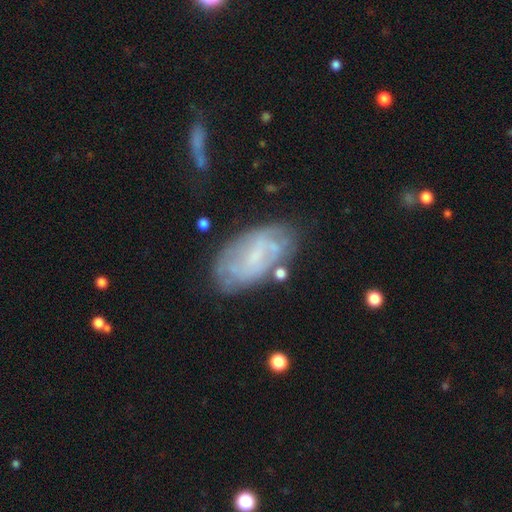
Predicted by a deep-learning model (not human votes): A featured or disk galaxy (60%) with a weak bar (44%), spiral arms (63%) and a small central bulge (48%).

Vote fractions:
- Smooth or featured? featured or disk: 60% / smooth: 32% / star or artifact: 8%
- Edge-on disk? no: 94% / yes: 6%
- Bar? weak: 44% / no: 43% / strong: 14%
- Spiral arms? yes: 63% / no: 37%
- Bulge size? small: 48% / none: 34% / moderate: 15% / large: 2% / dominant: 1%
- Merging? none: 63% / minor disturbance: 22% / major disturbance: 9% / merger: 5%